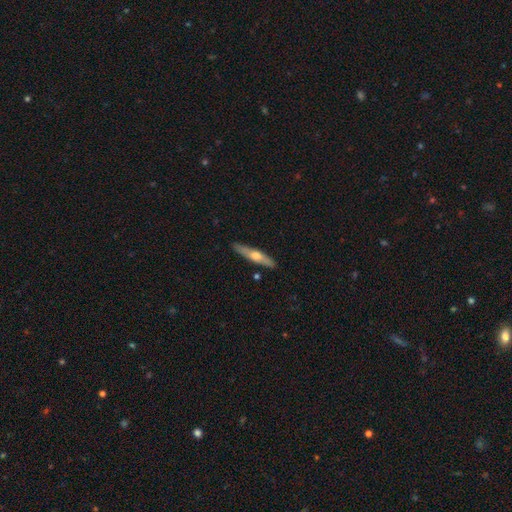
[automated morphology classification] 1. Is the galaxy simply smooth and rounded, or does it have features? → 56% featured or disk, 39% smooth, 5% star or artifact.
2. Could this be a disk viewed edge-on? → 92% yes, 8% no.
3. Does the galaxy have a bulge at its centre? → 91% rounded, 7% none, 3% boxy.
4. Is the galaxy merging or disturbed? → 89% none, 8% minor disturbance, 2% major disturbance, 1% merger.